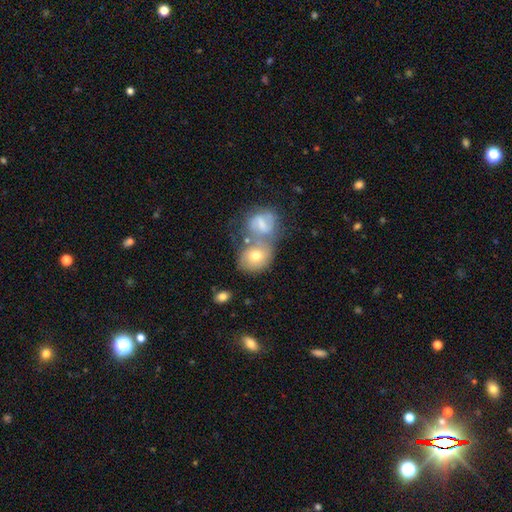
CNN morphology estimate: smooth_or_featured: smooth (p=0.54) [alt: featured or disk p=0.38]
how_rounded: round (p=0.58) [alt: in between p=0.41]
merging: merger (p=0.55) [alt: none p=0.27]